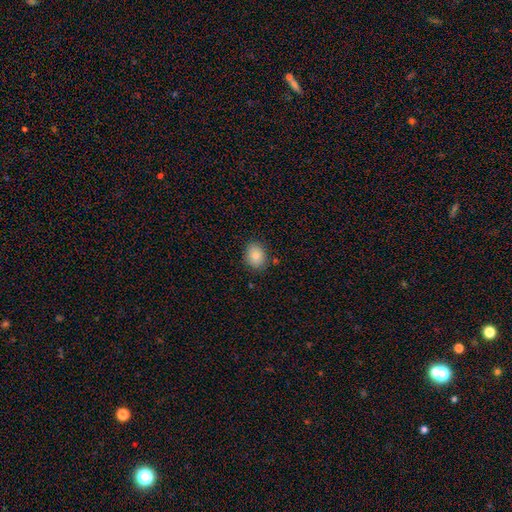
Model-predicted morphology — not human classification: Smooth or featured? smooth (84%)
How rounded? round (50%)
Merging? none (83%)